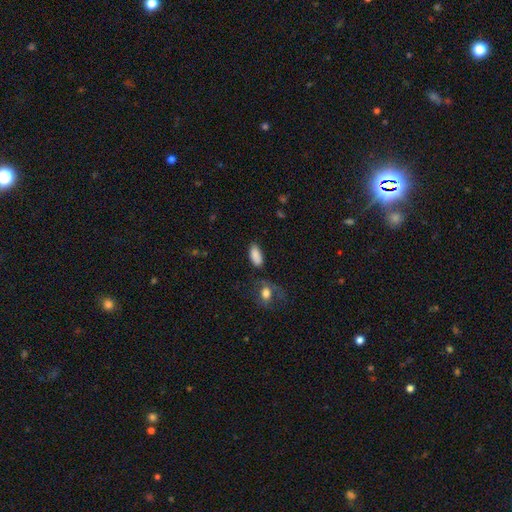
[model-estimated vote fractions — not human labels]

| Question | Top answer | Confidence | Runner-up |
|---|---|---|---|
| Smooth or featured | smooth | 87% | star or artifact (8%) |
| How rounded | in between | 88% | cigar-shaped (9%) |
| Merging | none | 75% | minor disturbance (15%) |